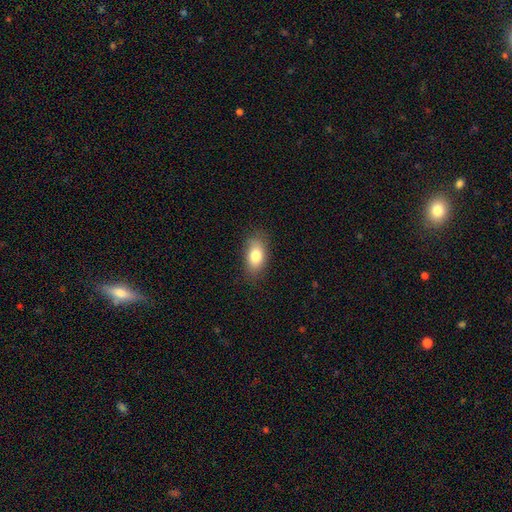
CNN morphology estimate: Q: Smooth or featured?
A: smooth (80%); runner-up: featured or disk (12%)
Q: How rounded?
A: in between (88%); runner-up: round (8%)
Q: Merging?
A: none (82%); runner-up: minor disturbance (14%)